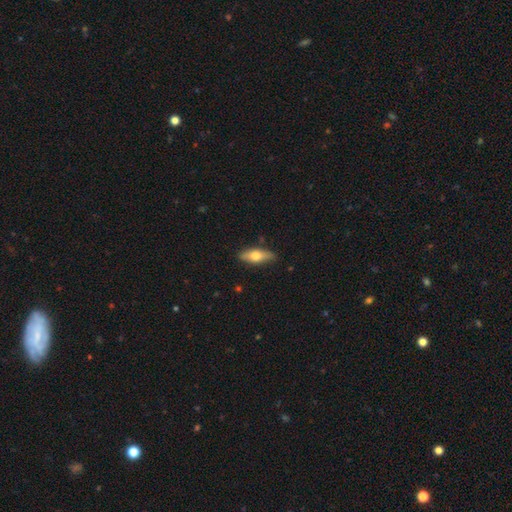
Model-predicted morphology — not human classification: smooth-or-featured: smooth: 59% | featured or disk: 35% | star or artifact: 6%
  how-rounded: in between: 61% | cigar-shaped: 36% | round: 3%
  merging: none: 84% | minor disturbance: 13% | major disturbance: 2% | merger: 1%